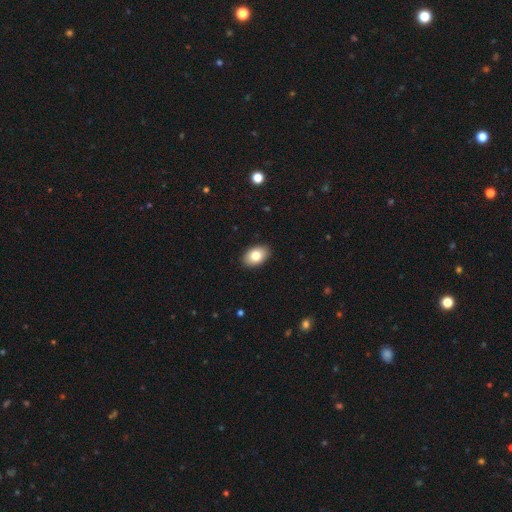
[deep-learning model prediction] Overall: smooth (82%). How rounded: in between (86%). Merging: none (90%).